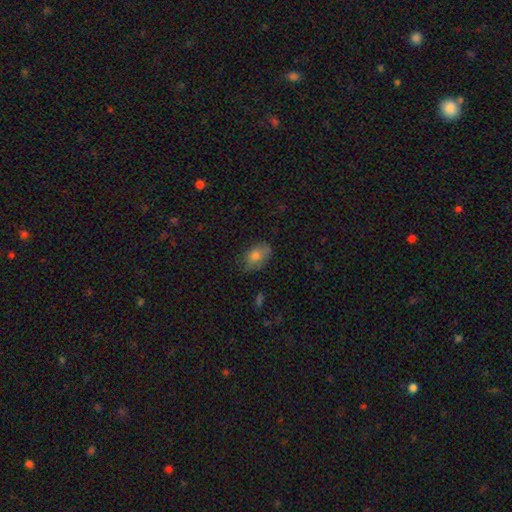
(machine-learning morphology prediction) type=smooth (77%); roundness=in between (83%); merging=none (65%).